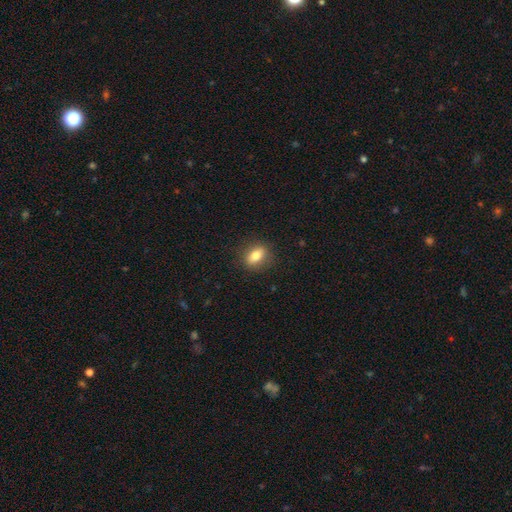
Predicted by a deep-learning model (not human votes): smooth-or-featured: smooth: 77% | featured or disk: 15% | star or artifact: 8%
  how-rounded: in between: 72% | round: 21% | cigar-shaped: 7%
  merging: none: 85% | minor disturbance: 11% | major disturbance: 3% | merger: 1%